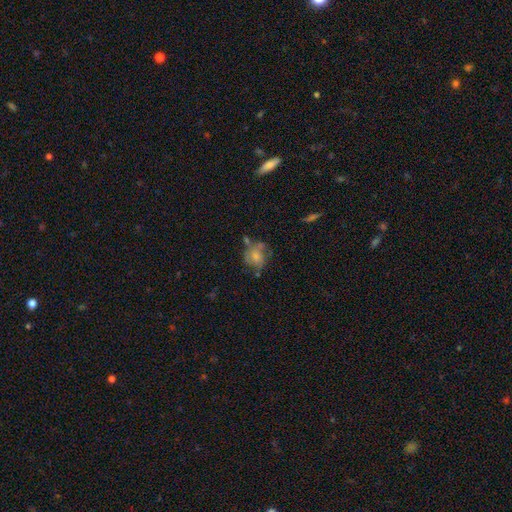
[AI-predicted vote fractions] Smooth or featured? smooth (54%)
How rounded? round (68%)
Merging? none (46%)